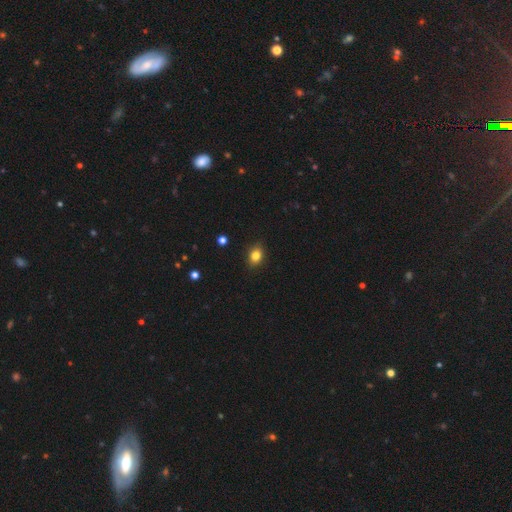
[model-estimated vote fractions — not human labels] smooth_or_featured: smooth (p=0.82) [alt: star or artifact p=0.11]
how_rounded: in between (p=0.62) [alt: round p=0.36]
merging: none (p=0.87) [alt: minor disturbance p=0.10]